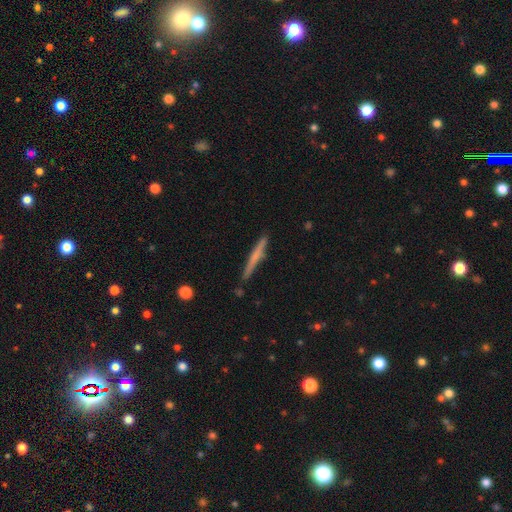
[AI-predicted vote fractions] The model was most divided on "smooth or featured": smooth: 49%, featured or disk: 46%, star or artifact: 6%. More confident: merging — none (87%).